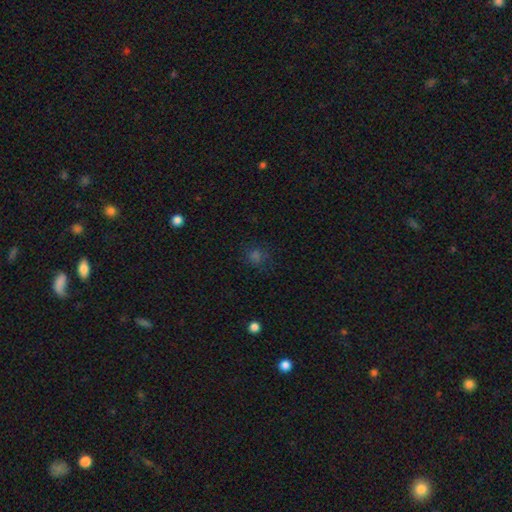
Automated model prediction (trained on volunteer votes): Q: Smooth or featured?
A: smooth (61%); runner-up: star or artifact (31%)
Q: How rounded?
A: round (83%); runner-up: in between (16%)
Q: Merging?
A: none (79%); runner-up: minor disturbance (13%)